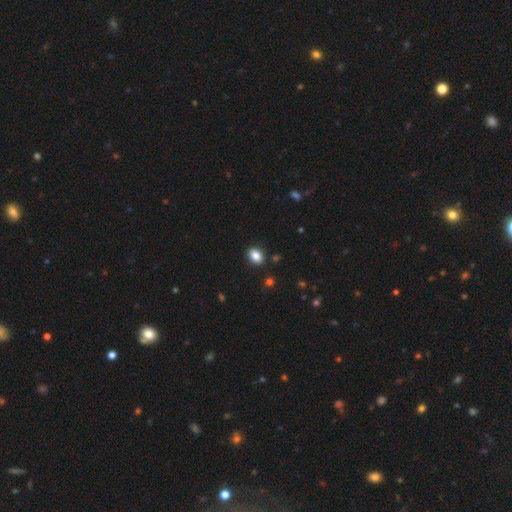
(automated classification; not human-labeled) Q: Smooth or featured?
A: smooth (86%); runner-up: star or artifact (10%)
Q: How rounded?
A: in between (64%); runner-up: round (35%)
Q: Merging?
A: none (88%); runner-up: minor disturbance (8%)